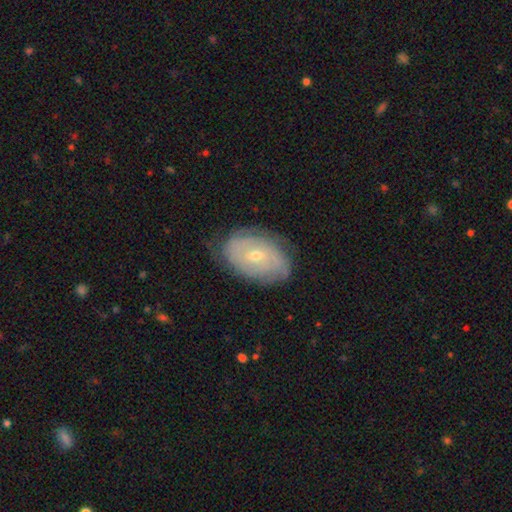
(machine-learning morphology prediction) Overall: featured or disk (68%). Edge-on disk: no (95%). Bar: no (67%; weak 27%). Spiral arms: yes (80%). Spiral arm count: can't tell (51%; 2 26%). Spiral winding: tight (67%). Bulge size: small (66%; moderate 31%). Merging: none (74%).